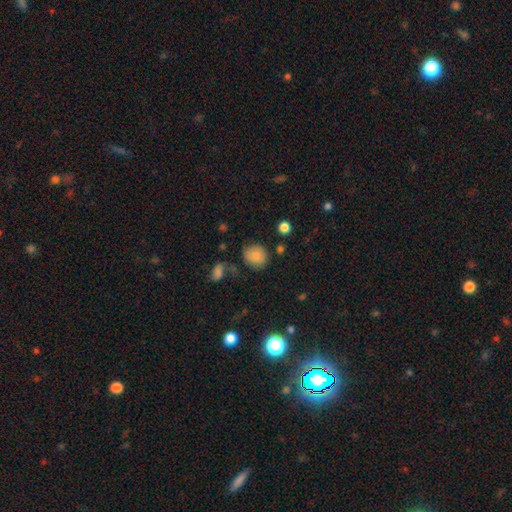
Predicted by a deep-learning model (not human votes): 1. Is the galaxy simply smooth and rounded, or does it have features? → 80% smooth, 10% star or artifact, 10% featured or disk.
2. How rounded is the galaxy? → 77% round, 22% in between, 1% cigar-shaped.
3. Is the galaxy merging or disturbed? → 68% none, 19% minor disturbance, 7% major disturbance, 6% merger.